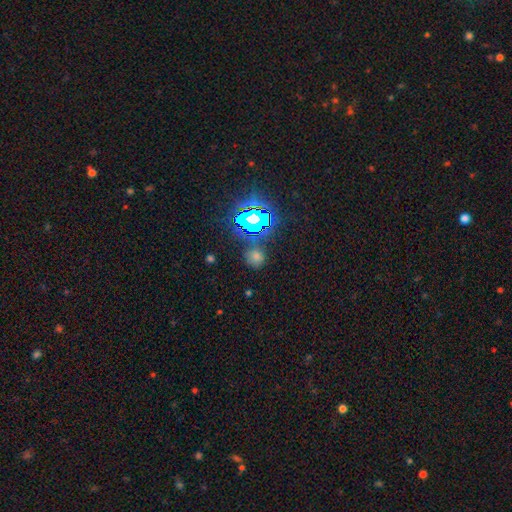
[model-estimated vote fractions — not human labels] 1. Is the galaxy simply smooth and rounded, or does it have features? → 46% star or artifact, 45% smooth, 8% featured or disk.